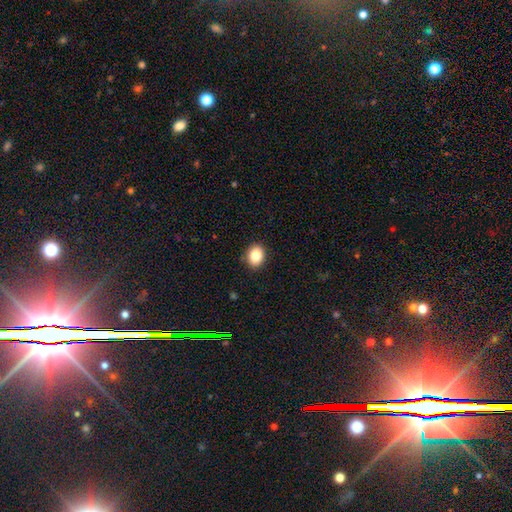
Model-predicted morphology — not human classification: smooth-or-featured: smooth: 85% | star or artifact: 9% | featured or disk: 6%
  how-rounded: in between: 55% | round: 45% | cigar-shaped: 1%
  merging: none: 88% | minor disturbance: 8% | major disturbance: 2% | merger: 1%